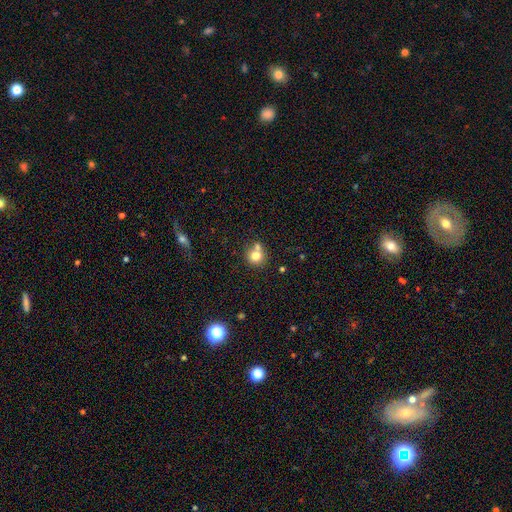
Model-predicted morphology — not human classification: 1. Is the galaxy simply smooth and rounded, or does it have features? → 77% smooth, 12% featured or disk, 11% star or artifact.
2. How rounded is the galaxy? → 85% round, 14% in between, 1% cigar-shaped.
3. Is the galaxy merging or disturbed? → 50% none, 37% merger, 9% minor disturbance, 3% major disturbance.